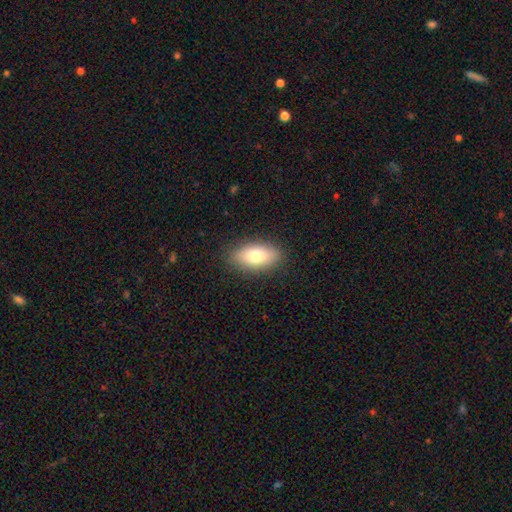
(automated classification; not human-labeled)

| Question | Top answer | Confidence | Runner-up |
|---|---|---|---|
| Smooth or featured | smooth | 77% | featured or disk (15%) |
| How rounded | in between | 88% | cigar-shaped (7%) |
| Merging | none | 87% | minor disturbance (10%) |